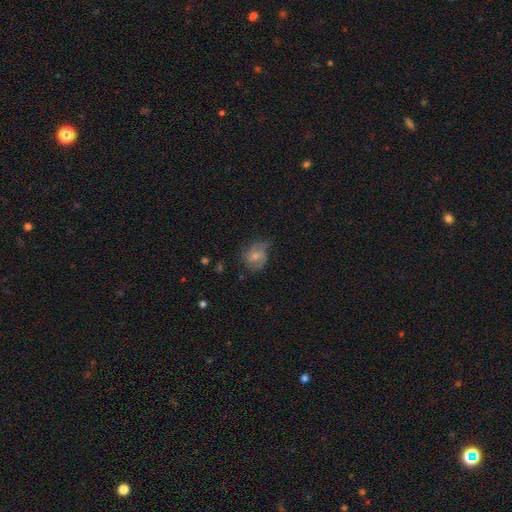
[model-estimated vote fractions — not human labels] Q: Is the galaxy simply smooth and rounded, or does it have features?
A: smooth — 51%.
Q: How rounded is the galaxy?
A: round — 59%.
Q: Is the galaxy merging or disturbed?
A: none — 47%.